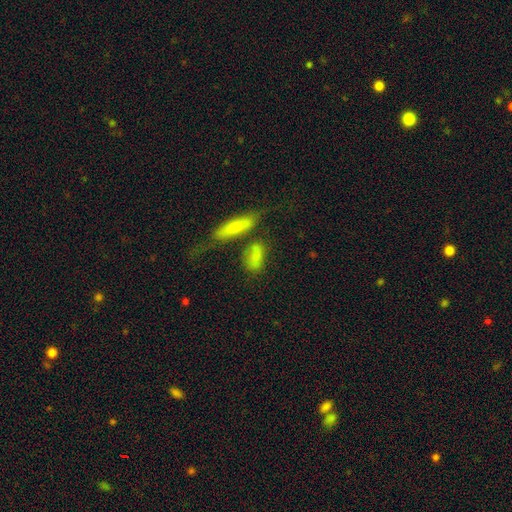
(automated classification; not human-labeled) Smooth or featured? smooth (74%)
How rounded? in between (70%)
Merging? none (55%)